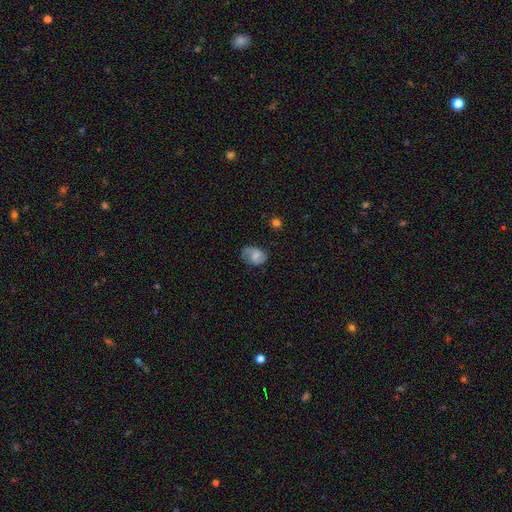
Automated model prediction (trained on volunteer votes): Morphology: type=smooth (52%); roundness=in between (72%); merging=none (58%).